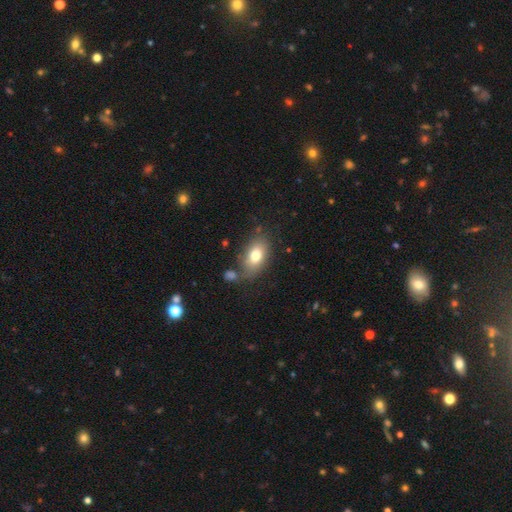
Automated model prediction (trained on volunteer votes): Smooth or featured? Predicted: smooth (p=0.75). How rounded? Predicted: in between (p=0.88). Merging? Predicted: none (p=0.66).